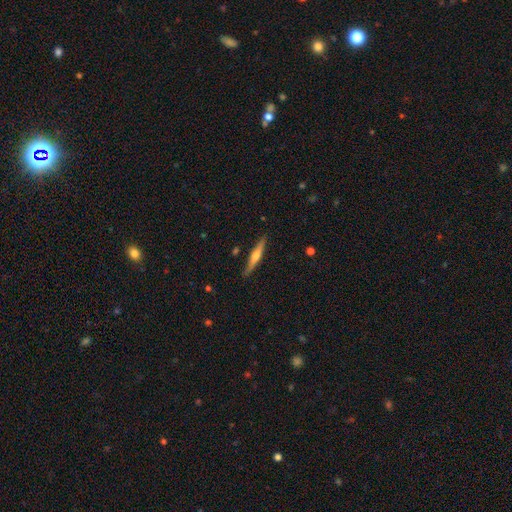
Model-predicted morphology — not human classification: Q: Smooth or featured?
A: featured or disk (65%); runner-up: smooth (30%)
Q: Edge-on disk?
A: yes (97%); runner-up: no (3%)
Q: Edge-on bulge?
A: rounded (88%); runner-up: none (6%)
Q: Merging?
A: none (88%); runner-up: minor disturbance (8%)